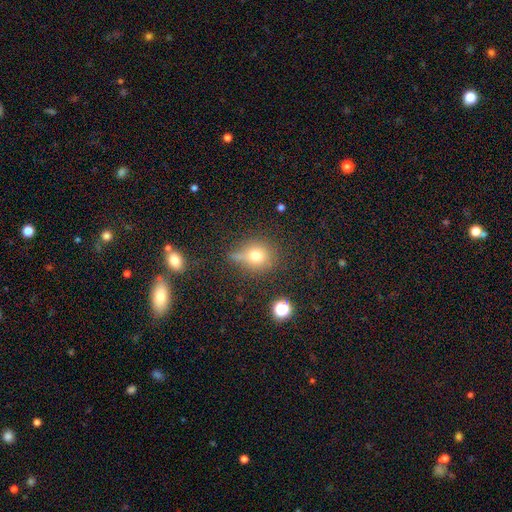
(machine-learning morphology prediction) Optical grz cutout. It shows a smooth galaxy with no disk features (69%) that is round (79%). Merging: none (57%).